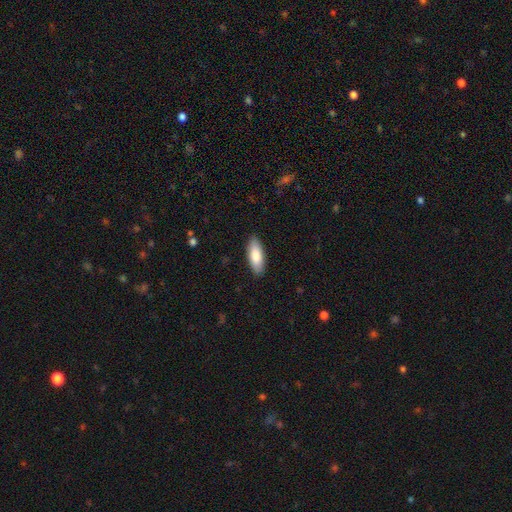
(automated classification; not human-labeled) Smooth or featured: smooth — 84% (featured or disk — 10%)
How rounded: in between — 78% (cigar-shaped — 20%)
Merging: none — 89% (minor disturbance — 8%)